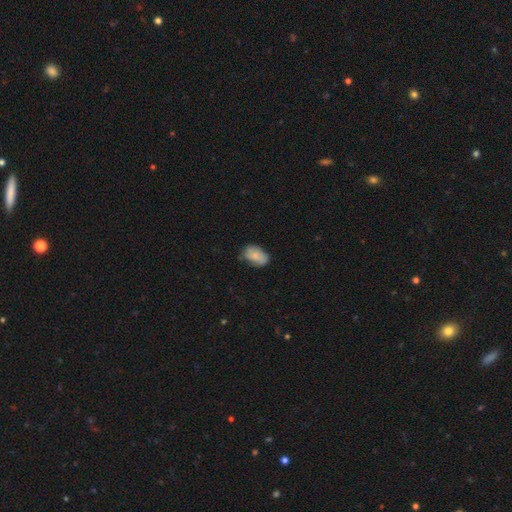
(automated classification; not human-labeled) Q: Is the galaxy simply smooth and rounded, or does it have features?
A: smooth — 77%.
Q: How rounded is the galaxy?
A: in between — 89%.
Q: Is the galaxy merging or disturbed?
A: none — 62%.